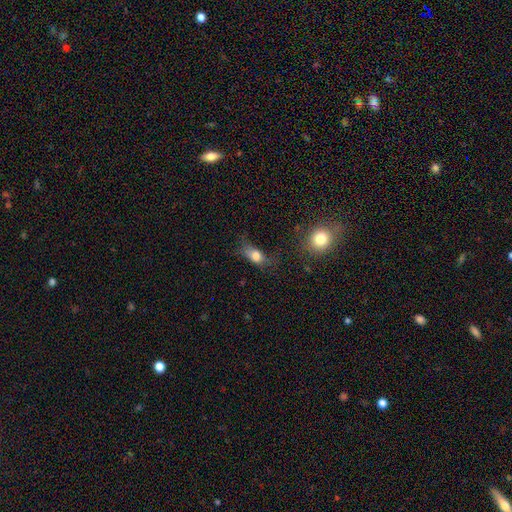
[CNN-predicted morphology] A smooth galaxy with no disk features (76%) that is in between round and cigar-shaped (74%). Merging: none (42%).